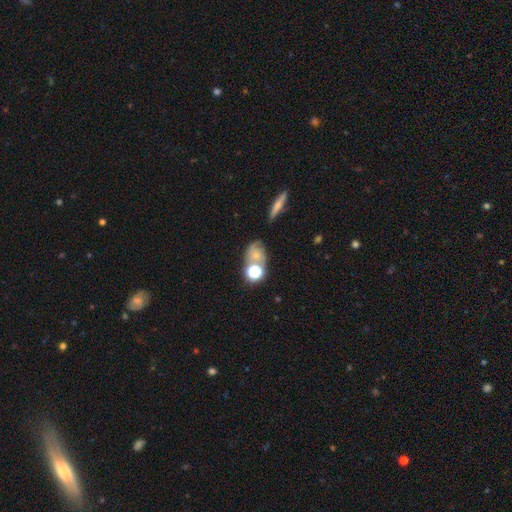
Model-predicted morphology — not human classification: Smooth or featured? smooth (46%)
Merging? none (44%)